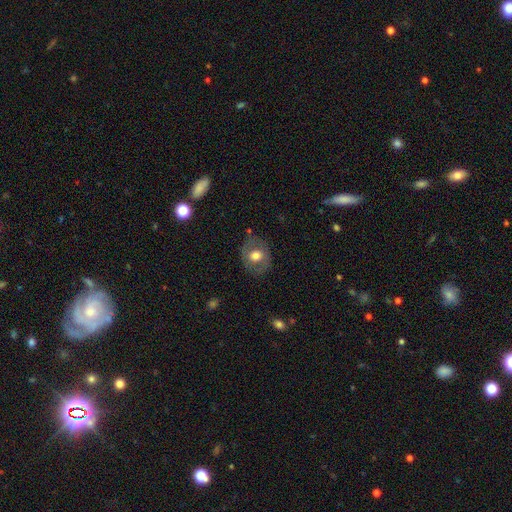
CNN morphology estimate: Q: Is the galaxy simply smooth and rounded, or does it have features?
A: smooth — 55%.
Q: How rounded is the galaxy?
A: round — 62%.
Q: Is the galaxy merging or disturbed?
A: none — 77%.